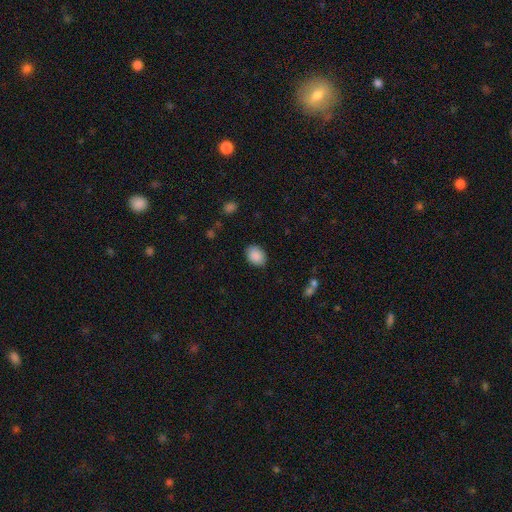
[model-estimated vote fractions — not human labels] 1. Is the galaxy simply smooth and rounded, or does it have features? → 89% smooth, 7% star or artifact, 4% featured or disk.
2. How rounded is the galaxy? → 68% in between, 31% round, 1% cigar-shaped.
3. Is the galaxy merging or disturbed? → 86% none, 10% minor disturbance, 3% major disturbance, 1% merger.